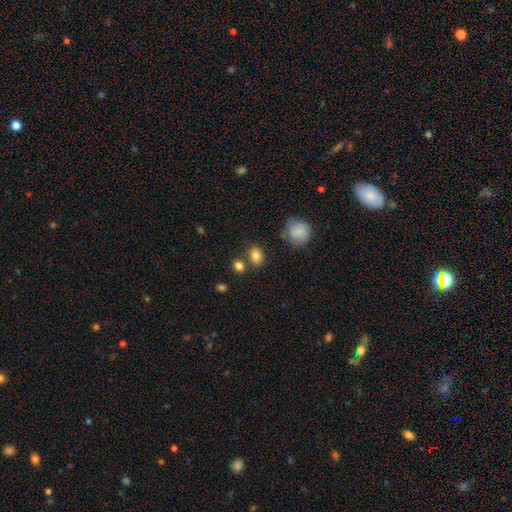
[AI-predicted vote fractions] The model was most divided on "how rounded": in between: 62%, round: 37%, cigar-shaped: 1%. More confident: smooth or featured — smooth (81%); merging — none (72%).